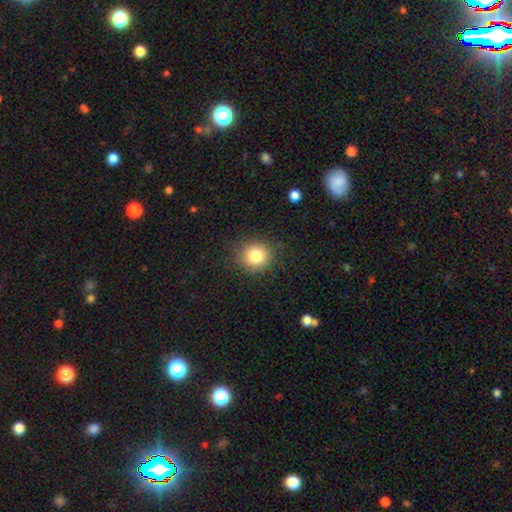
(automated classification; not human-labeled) Morphology: type=smooth (82%); roundness=round (86%); merging=none (86%).